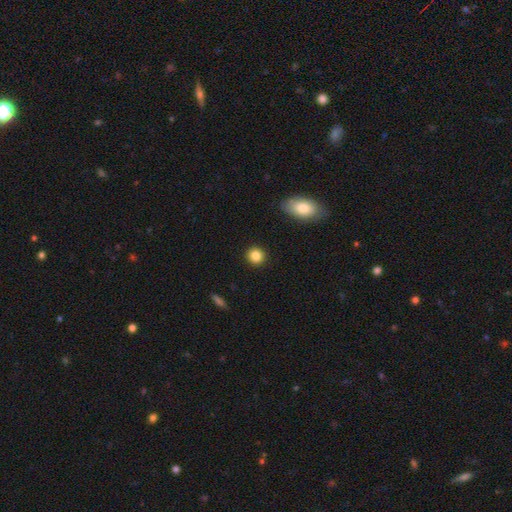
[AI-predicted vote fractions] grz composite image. It shows a smooth galaxy with no disk features (85%) that is round (90%). Merging: none (92%).